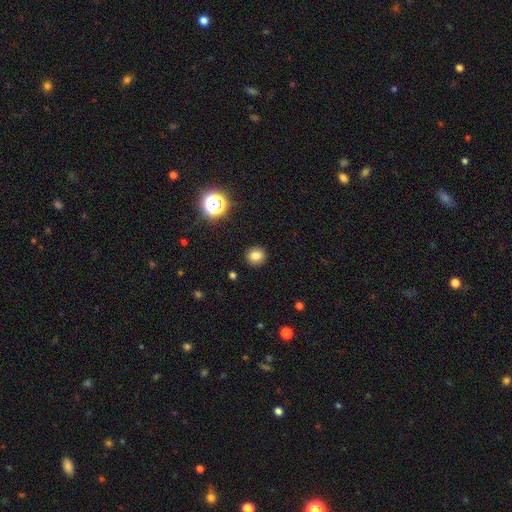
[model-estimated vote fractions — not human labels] Morphology: type=smooth (80%); roundness=round (88%); merging=none (91%).